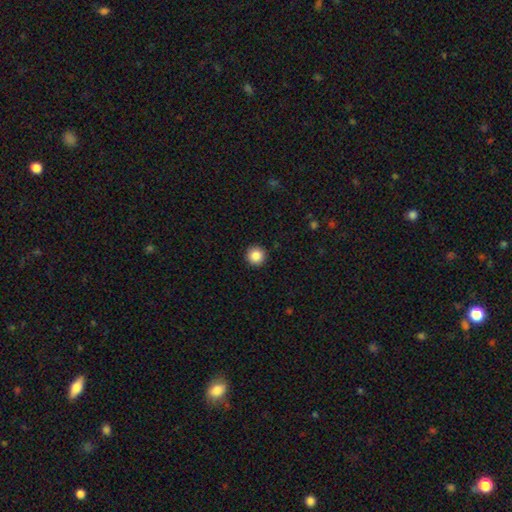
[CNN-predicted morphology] smooth_or_featured: smooth (p=0.86) [alt: star or artifact p=0.09]
how_rounded: round (p=0.96) [alt: in between p=0.03]
merging: none (p=0.93) [alt: minor disturbance p=0.05]